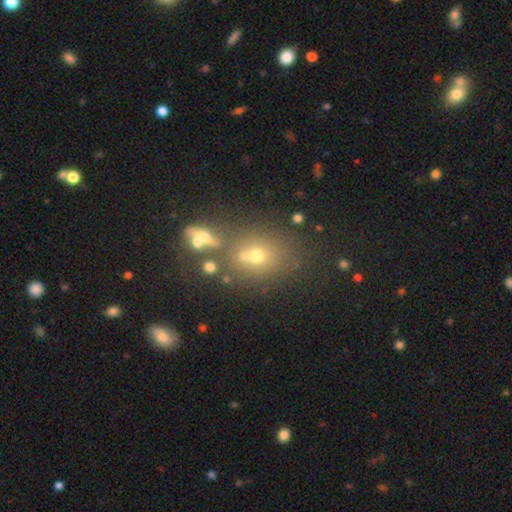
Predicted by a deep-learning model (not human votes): smooth_or_featured: smooth (p=0.62) [alt: star or artifact p=0.20]
how_rounded: round (p=0.64) [alt: in between p=0.34]
merging: none (p=0.50) [alt: merger p=0.32]